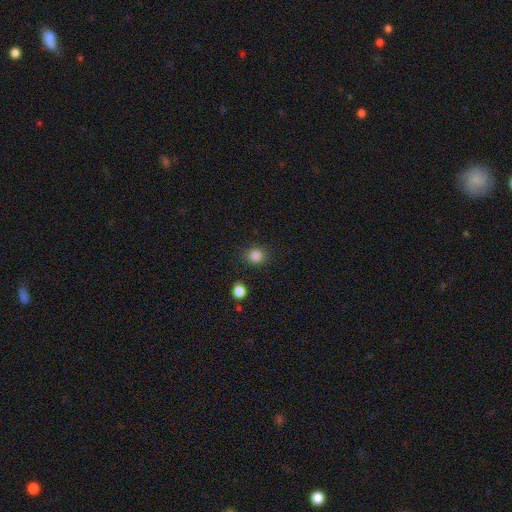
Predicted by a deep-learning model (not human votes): smooth_or_featured: smooth (p=0.84) [alt: star or artifact p=0.12]
how_rounded: round (p=0.82) [alt: in between p=0.18]
merging: none (p=0.85) [alt: minor disturbance p=0.09]